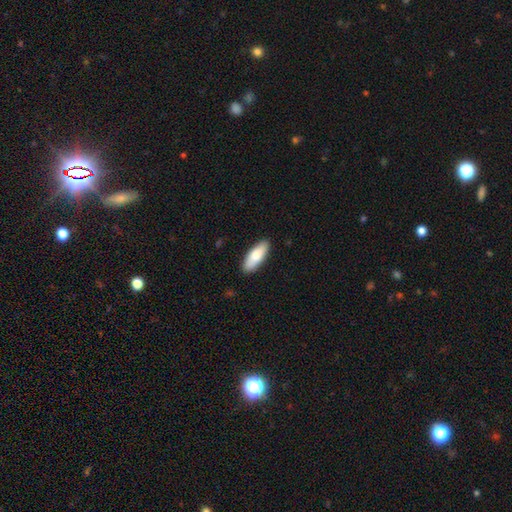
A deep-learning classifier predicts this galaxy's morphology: Smooth or featured? smooth (82%)
How rounded? in between (71%)
Merging? none (89%)